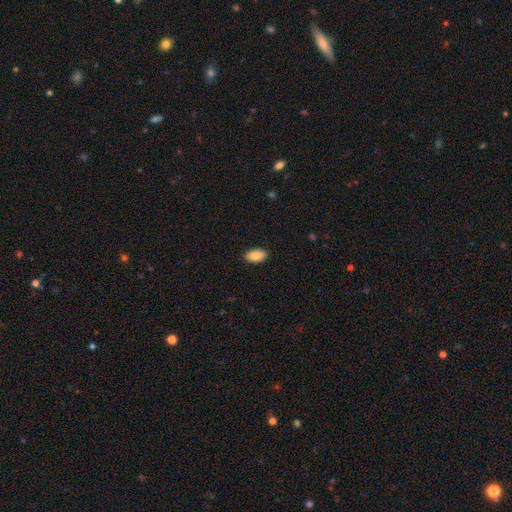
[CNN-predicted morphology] smooth-or-featured: smooth: 88% | star or artifact: 7% | featured or disk: 5%
  how-rounded: in between: 94% | round: 4% | cigar-shaped: 2%
  merging: none: 89% | minor disturbance: 9% | major disturbance: 2% | merger: 1%